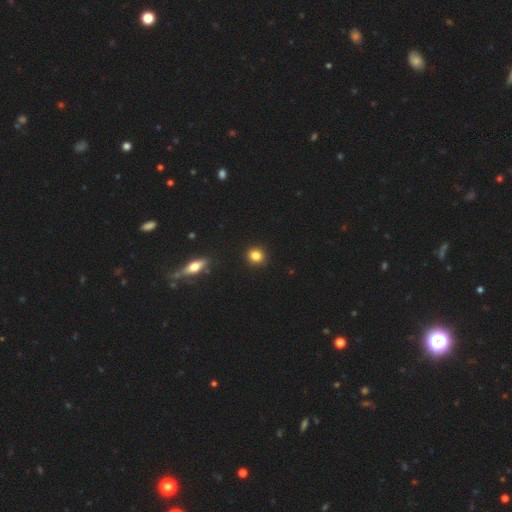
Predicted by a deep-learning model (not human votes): This is clearly a smooth galaxy (84%). How rounded: clearly round (87%). Merging: clearly none (92%).